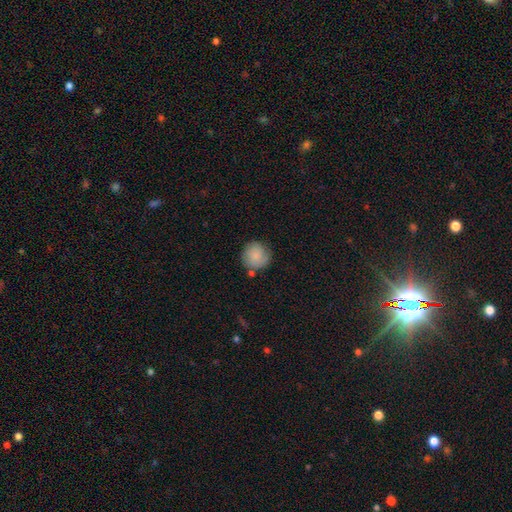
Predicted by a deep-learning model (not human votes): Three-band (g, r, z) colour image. It shows a smooth galaxy with no disk features (85%) that is round (93%). Merging: none (72%).